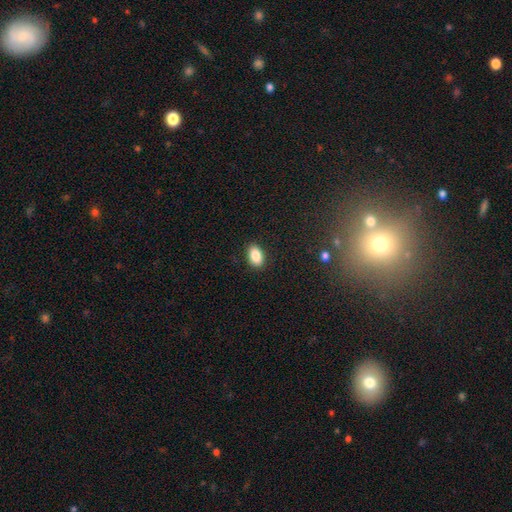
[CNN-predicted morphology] type=smooth (86%); roundness=in between (89%); merging=none (89%).